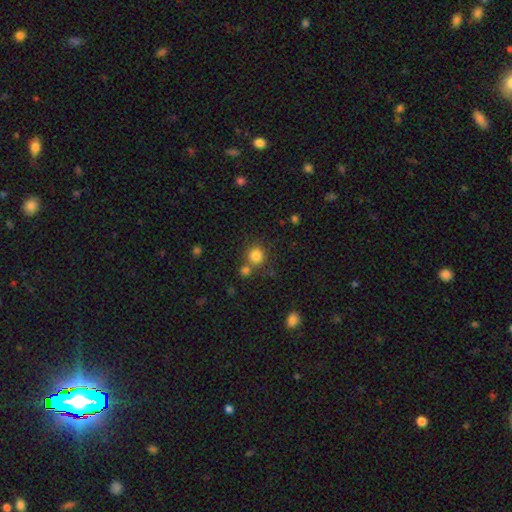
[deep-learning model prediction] This is clearly a smooth galaxy (82%). How rounded: clearly round (87%). Merging: likely none (65%).